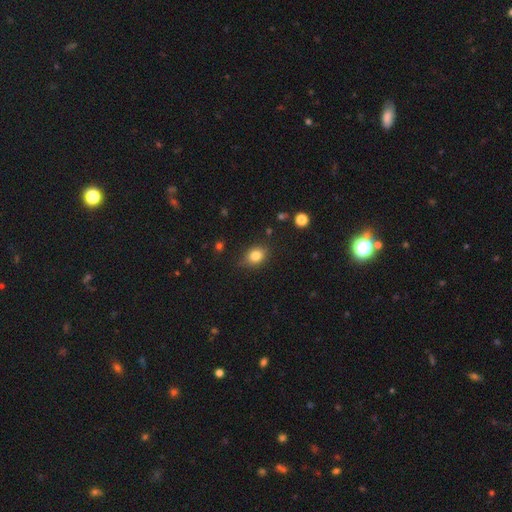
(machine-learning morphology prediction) smooth_or_featured: smooth (p=0.81) [alt: star or artifact p=0.11]
how_rounded: in between (p=0.52) [alt: round p=0.46]
merging: none (p=0.78) [alt: minor disturbance p=0.17]